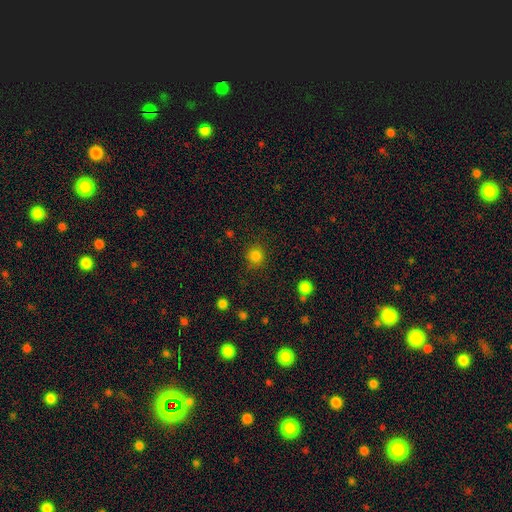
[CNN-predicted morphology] smooth_or_featured: smooth (p=0.82) [alt: star or artifact p=0.13]
how_rounded: round (p=0.91) [alt: in between p=0.08]
merging: none (p=0.86) [alt: minor disturbance p=0.09]